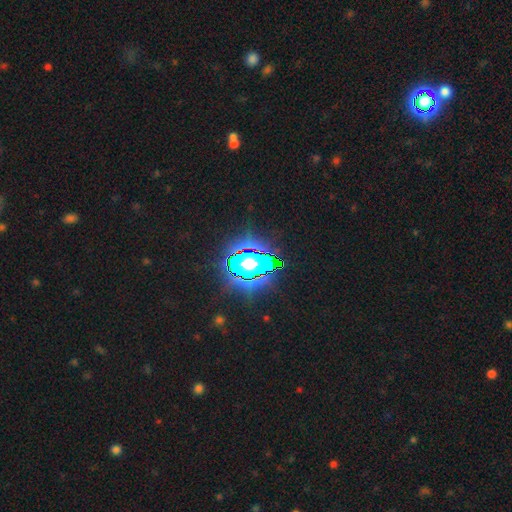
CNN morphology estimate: smooth_or_featured: star or artifact (p=0.82) [alt: smooth p=0.11]